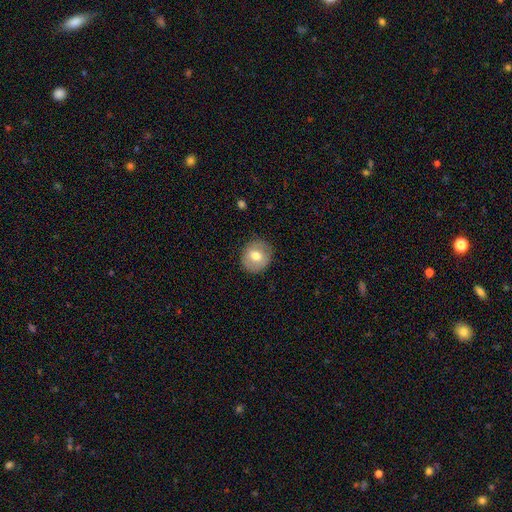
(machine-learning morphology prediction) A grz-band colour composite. It shows a smooth galaxy with no disk features (68%) that is round (86%). Merging: none (86%).